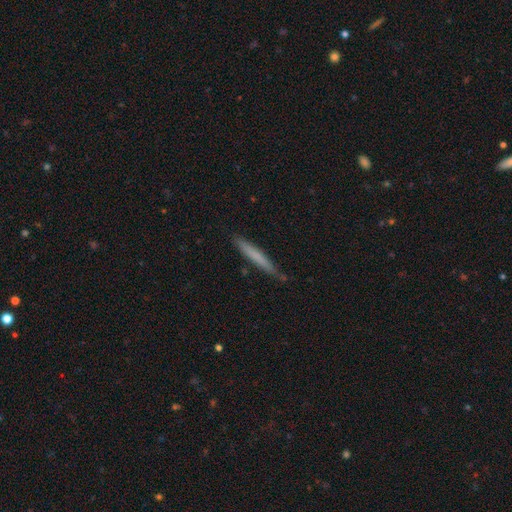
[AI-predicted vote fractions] A smooth galaxy with no disk features (67%) that is cigar-shaped (96%).

Vote fractions:
- Smooth or featured? smooth: 67% / featured or disk: 27% / star or artifact: 6%
- How rounded? cigar-shaped: 96% / in between: 3% / round: 1%
- Merging? none: 82% / minor disturbance: 14% / major disturbance: 2% / merger: 2%